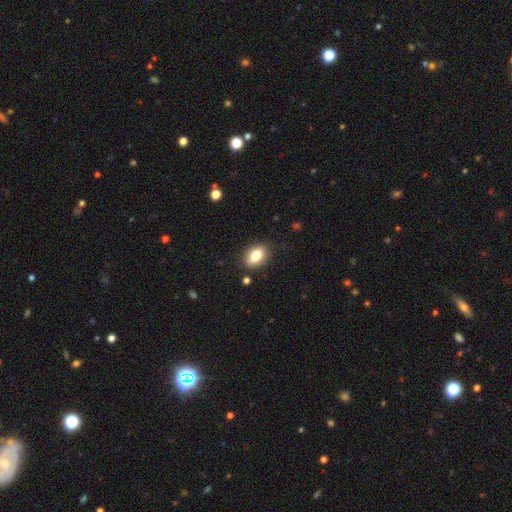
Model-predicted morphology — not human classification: A smooth galaxy with no disk features (81%) that is in between round and cigar-shaped (84%). Merging: none (84%).